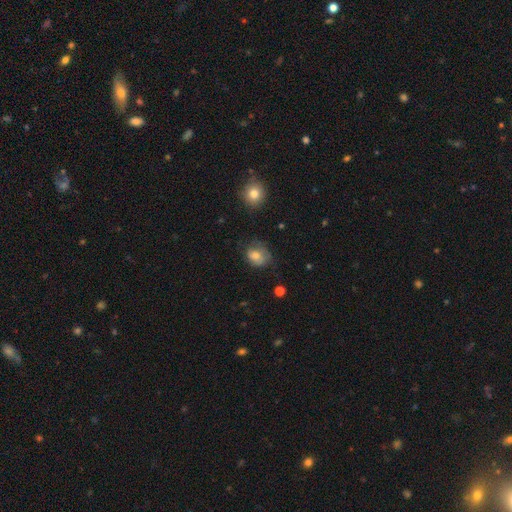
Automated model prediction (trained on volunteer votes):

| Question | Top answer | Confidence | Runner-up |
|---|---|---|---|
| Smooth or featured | smooth | 68% | featured or disk (21%) |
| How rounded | round | 50% | in between (49%) |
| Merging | none | 51% | minor disturbance (31%) |